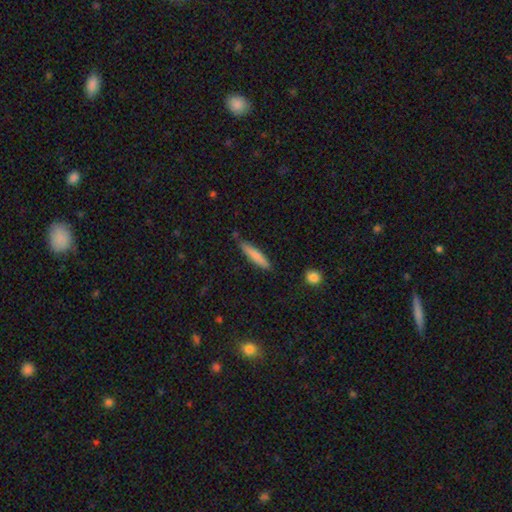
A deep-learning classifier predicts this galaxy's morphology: Q: Smooth or featured?
A: smooth (80%); runner-up: featured or disk (15%)
Q: How rounded?
A: cigar-shaped (88%); runner-up: in between (10%)
Q: Merging?
A: none (82%); runner-up: minor disturbance (13%)